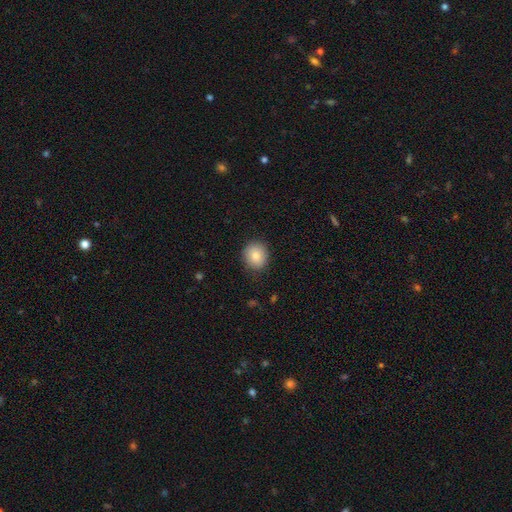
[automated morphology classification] Smooth or featured: smooth — 84% (star or artifact — 8%)
How rounded: round — 75% (in between — 24%)
Merging: none — 86% (minor disturbance — 10%)